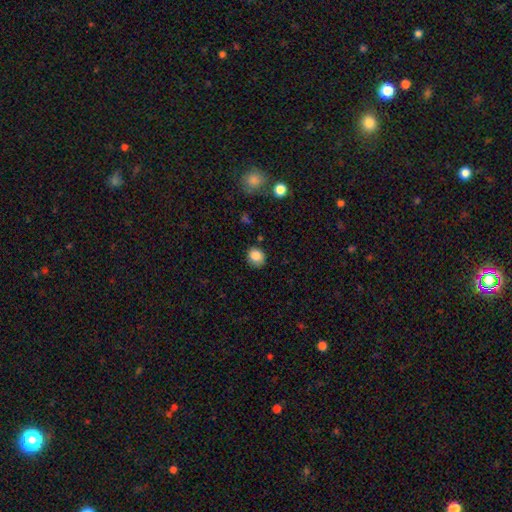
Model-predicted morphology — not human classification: This is clearly a smooth galaxy (85%). How rounded: likely round (76%). Merging: likely none (80%).